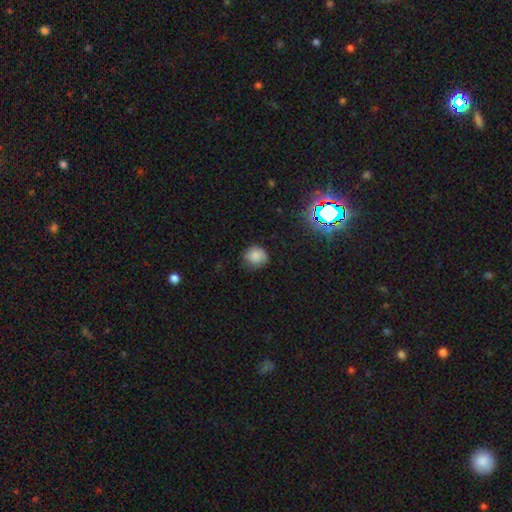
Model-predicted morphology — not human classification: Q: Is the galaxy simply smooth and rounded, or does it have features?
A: smooth — 80%.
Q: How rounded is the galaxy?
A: round — 81%.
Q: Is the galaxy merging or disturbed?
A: none — 71%.